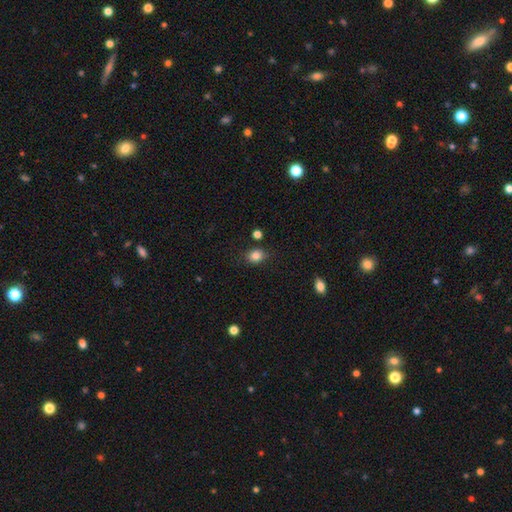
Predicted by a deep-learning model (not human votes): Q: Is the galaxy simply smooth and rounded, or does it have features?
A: smooth — 83%.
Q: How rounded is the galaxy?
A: round — 54%.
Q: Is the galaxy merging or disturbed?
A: none — 80%.